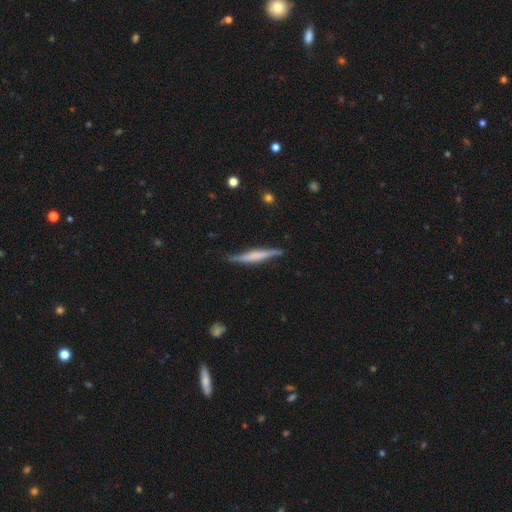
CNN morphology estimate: This is possibly a featured or disk galaxy (55%). It is clearly viewed edge-on (94%). Edge-on bulge: marginally boxy (38%). Merging: likely none (77%).